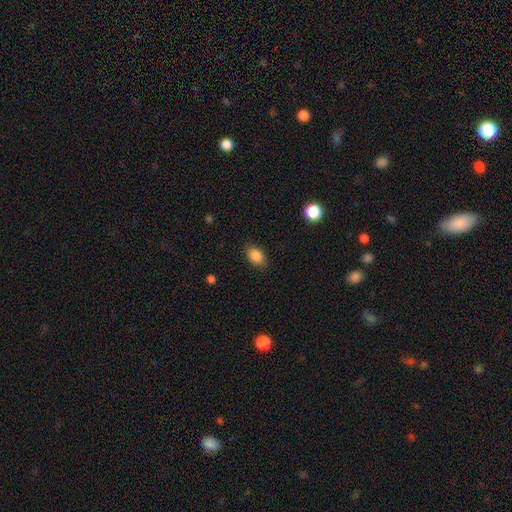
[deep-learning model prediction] Smooth or featured? smooth (86%)
How rounded? in between (81%)
Merging? none (85%)